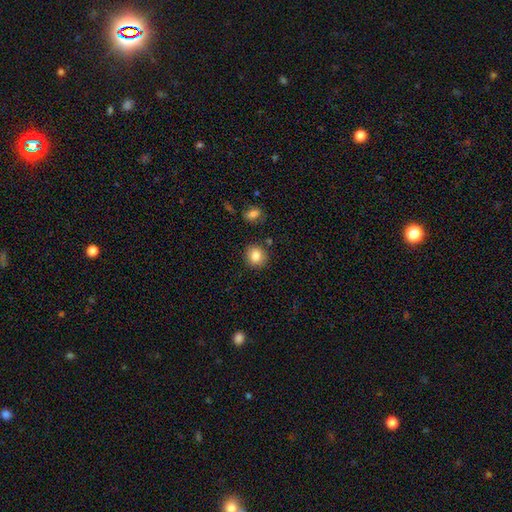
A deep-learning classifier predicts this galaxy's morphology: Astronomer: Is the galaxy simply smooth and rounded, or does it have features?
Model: smooth — 82%.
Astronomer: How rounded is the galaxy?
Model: round — 83%.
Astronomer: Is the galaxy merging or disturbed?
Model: none — 85%.